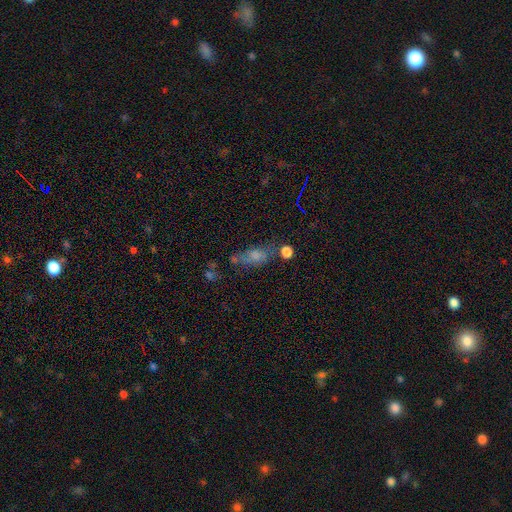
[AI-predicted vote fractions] smooth-or-featured: smooth: 59% | featured or disk: 22% | star or artifact: 19%
  how-rounded: in between: 66% | cigar-shaped: 23% | round: 11%
  merging: none: 42% | minor disturbance: 23% | major disturbance: 18% | merger: 17%